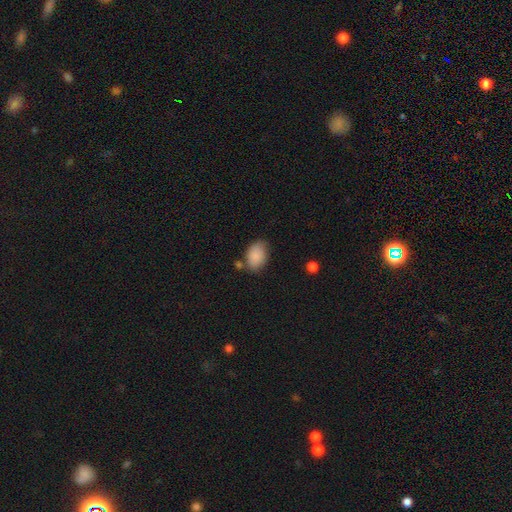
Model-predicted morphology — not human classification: smooth-or-featured: smooth: 85% | featured or disk: 8% | star or artifact: 7%
  how-rounded: in between: 85% | round: 14% | cigar-shaped: 1%
  merging: none: 62% | minor disturbance: 24% | merger: 8% | major disturbance: 6%